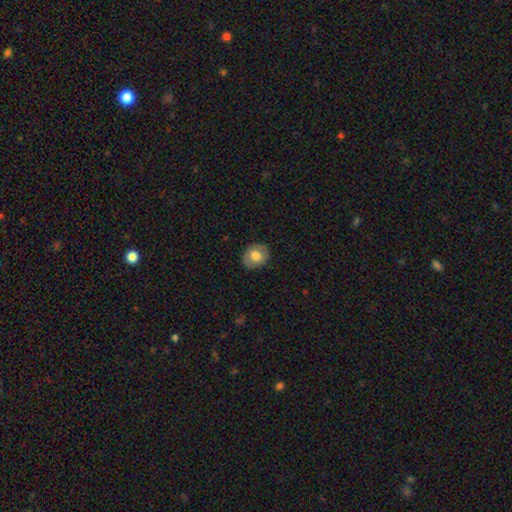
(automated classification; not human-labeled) smooth 73%, featured or disk 19%, star or artifact 7%. Down the decision tree: how rounded — round (55%); merging — none (87%).